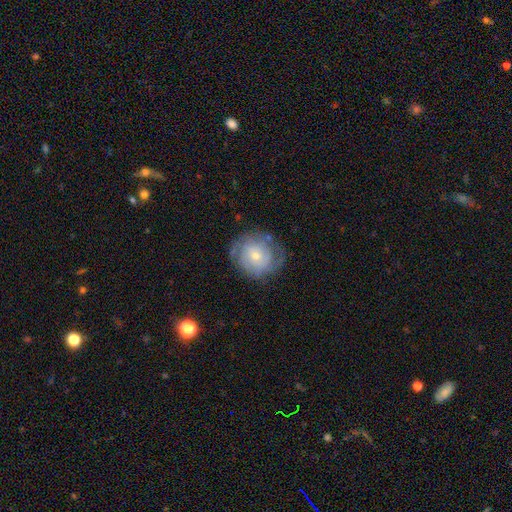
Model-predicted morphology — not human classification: A featured or disk galaxy (63%) with no bar (79%), spiral arms (80%) and a small central bulge (65%).

Vote fractions:
- Smooth or featured? featured or disk: 63% / smooth: 28% / star or artifact: 8%
- Edge-on disk? no: 97% / yes: 3%
- Bar? no: 79% / weak: 18% / strong: 4%
- Spiral arms? yes: 80% / no: 20%
- Bulge size? small: 65% / moderate: 30% / large: 2% / none: 1% / dominant: 1%
- Merging? none: 71% / minor disturbance: 18% / major disturbance: 9% / merger: 2%